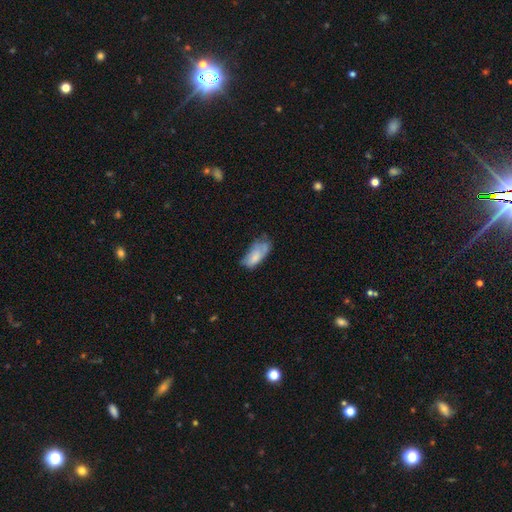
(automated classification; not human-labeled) Morphology: type=smooth (67%); roundness=in between (88%); merging=none (36%).